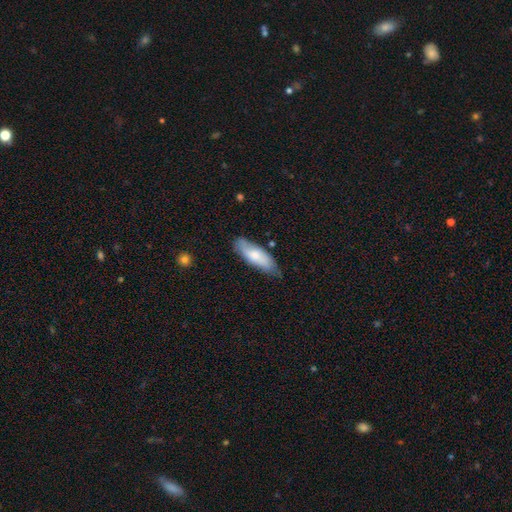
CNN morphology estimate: A smooth galaxy with no disk features (72%) that is in between round and cigar-shaped (63%). Merging: none (71%).